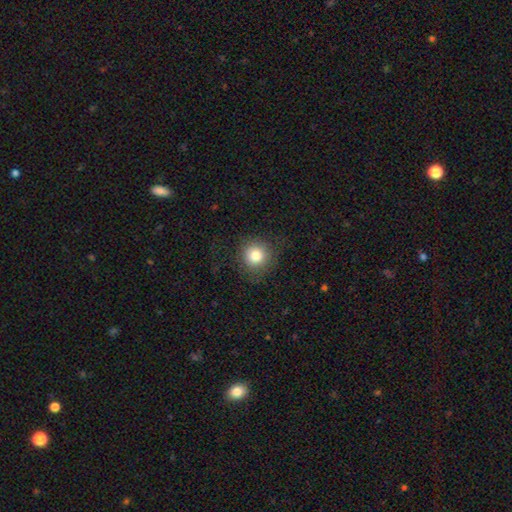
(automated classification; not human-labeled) Smooth or featured?
  - smooth: 81% *
  - star or artifact: 11%
  - featured or disk: 8%
How rounded?
  - round: 92% *
  - in between: 7%
  - cigar-shaped: 1%
Merging?
  - none: 84% *
  - minor disturbance: 9%
  - major disturbance: 5%
  - merger: 1%